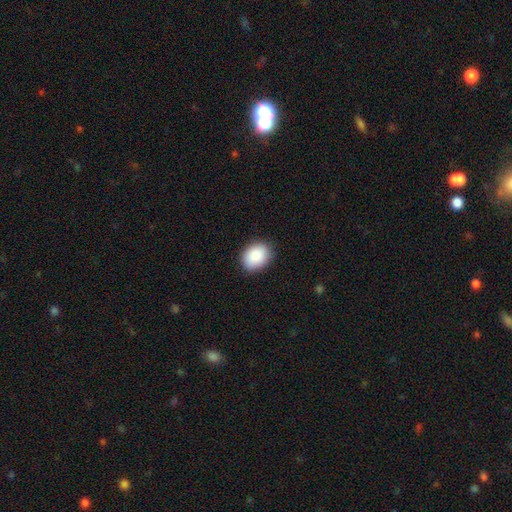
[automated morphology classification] smooth-or-featured: smooth: 89% | star or artifact: 7% | featured or disk: 4%
  how-rounded: in between: 69% | round: 30% | cigar-shaped: 1%
  merging: none: 87% | minor disturbance: 10% | major disturbance: 2% | merger: 1%